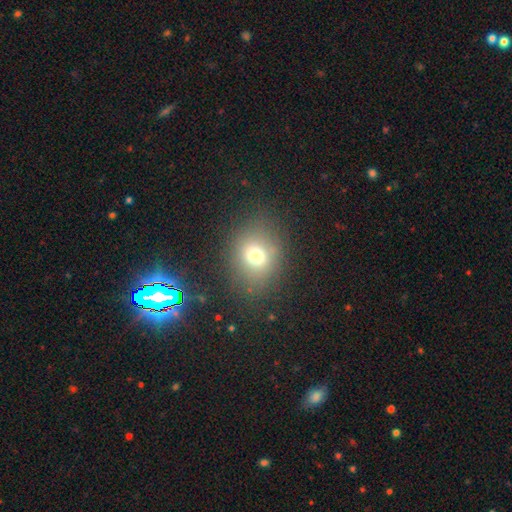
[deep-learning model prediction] Smooth or featured? smooth (71%)
How rounded? round (65%)
Merging? none (81%)